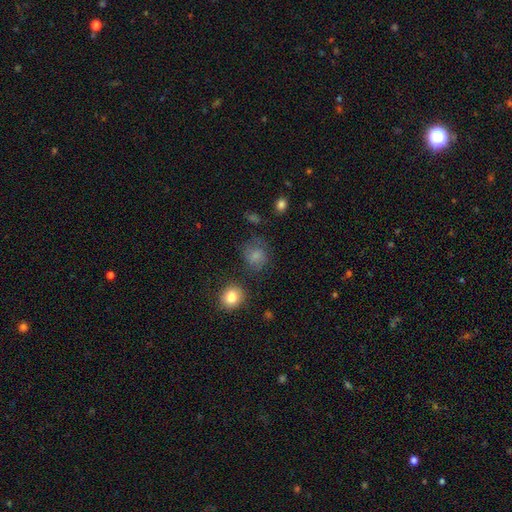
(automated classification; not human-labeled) The model was most divided on "merging": none: 65%, minor disturbance: 20%, major disturbance: 11%, merger: 3%. More confident: how rounded — round (76%); smooth or featured — smooth (74%).